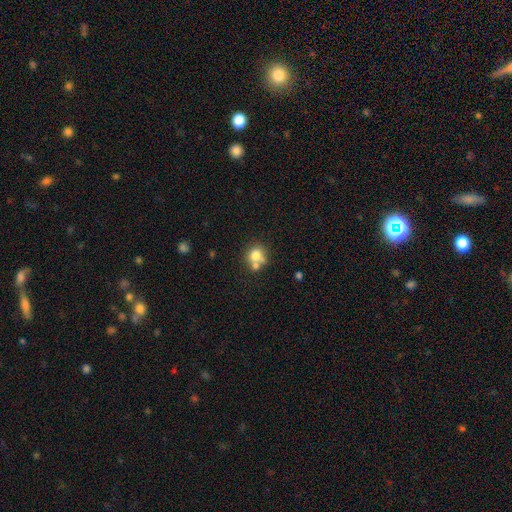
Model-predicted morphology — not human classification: Smooth or featured?
  - smooth: 74% *
  - featured or disk: 15%
  - star or artifact: 11%
How rounded?
  - round: 82% *
  - in between: 17%
  - cigar-shaped: 1%
Merging?
  - none: 49% *
  - merger: 36%
  - minor disturbance: 11%
  - major disturbance: 4%